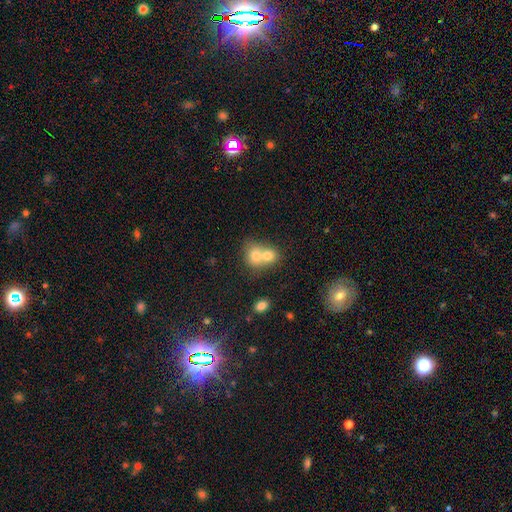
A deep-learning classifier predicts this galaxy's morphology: smooth-or-featured: smooth: 72% | featured or disk: 19% | star or artifact: 9%
  how-rounded: round: 64% | in between: 35% | cigar-shaped: 1%
  merging: merger: 73% | none: 20% | minor disturbance: 5% | major disturbance: 2%